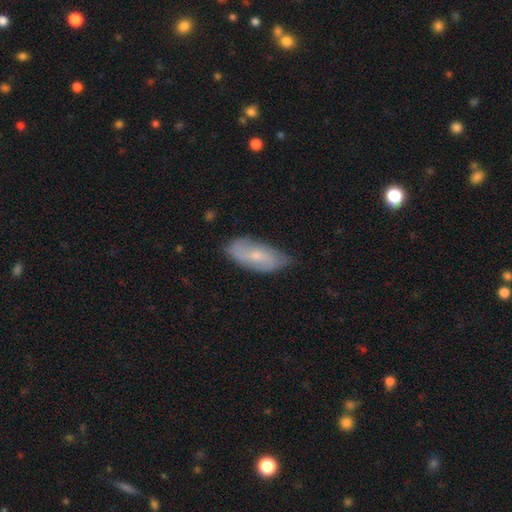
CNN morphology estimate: Smooth or featured? Predicted: featured or disk (p=0.50). Edge-on disk? Predicted: no (p=0.88). Merging? Predicted: none (p=0.70).